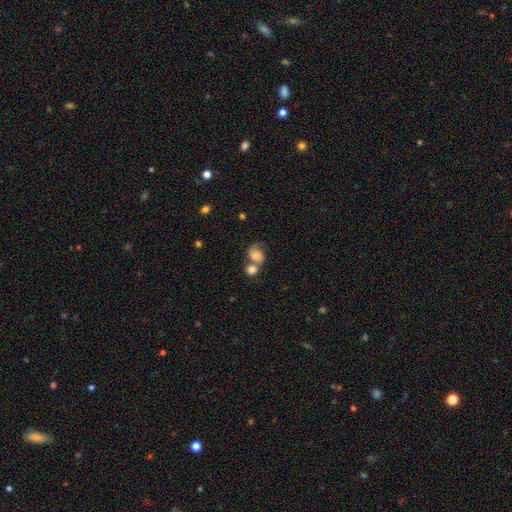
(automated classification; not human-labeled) Morphology: type=smooth (50%); roundness=round (56%); merging=merger (50%).